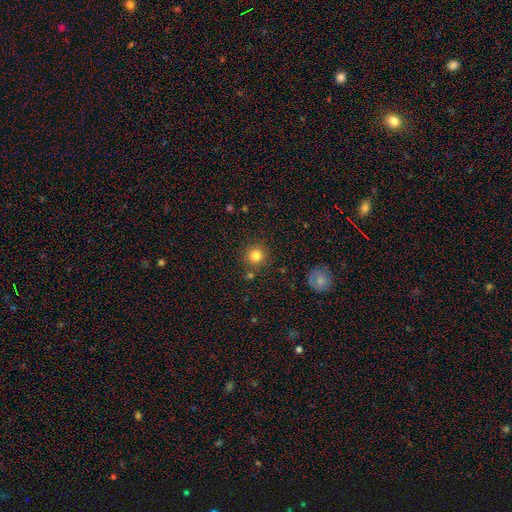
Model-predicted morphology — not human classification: type=smooth (82%); roundness=round (94%); merging=none (85%).